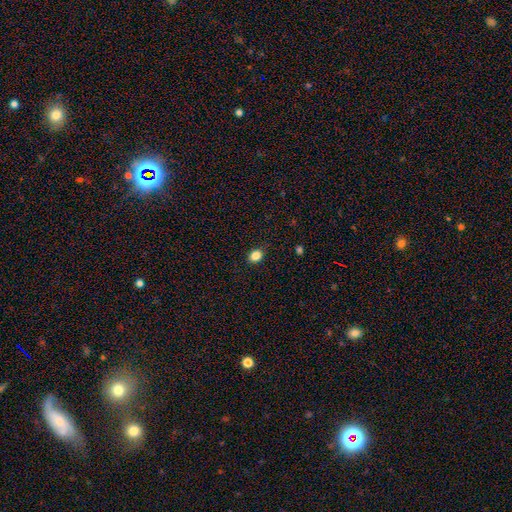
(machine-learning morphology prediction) Q: Smooth or featured?
A: smooth (85%); runner-up: star or artifact (11%)
Q: How rounded?
A: in between (52%); runner-up: round (47%)
Q: Merging?
A: none (88%); runner-up: minor disturbance (9%)